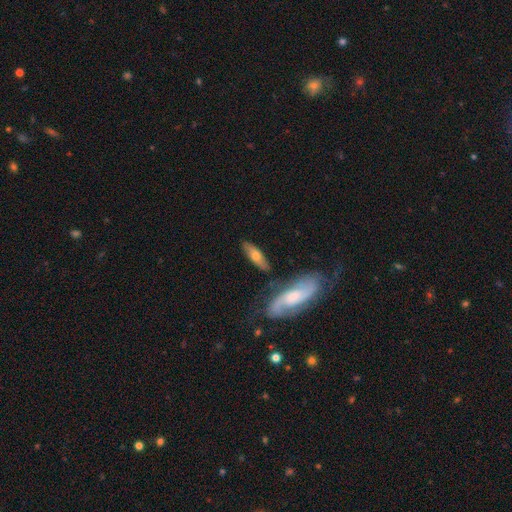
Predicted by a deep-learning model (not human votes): smooth 50%, featured or disk 44%, star or artifact 6%. Down the decision tree: how rounded — cigar-shaped (50%); merging — none (77%).